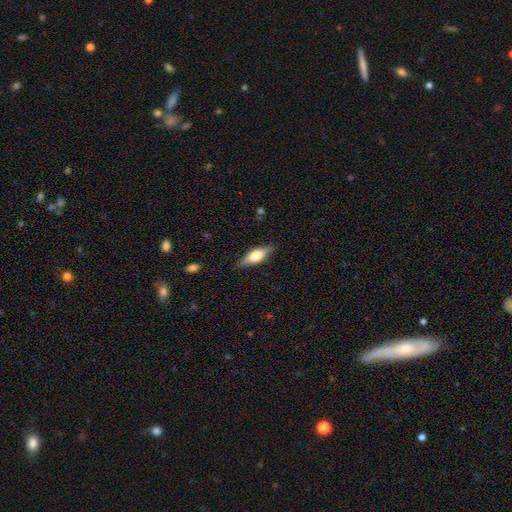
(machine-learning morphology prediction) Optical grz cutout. It shows a smooth galaxy with no disk features (55%) that is in between round and cigar-shaped (58%). Merging: none (84%).